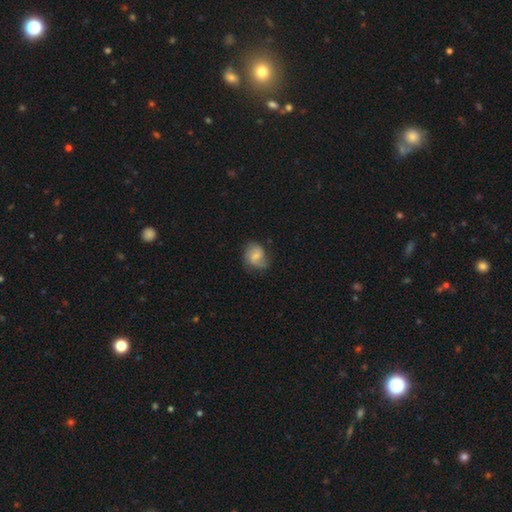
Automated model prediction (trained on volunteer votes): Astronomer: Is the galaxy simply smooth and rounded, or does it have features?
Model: featured or disk — 47% (runner-up: smooth, 45%).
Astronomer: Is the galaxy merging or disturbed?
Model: none — 61%.